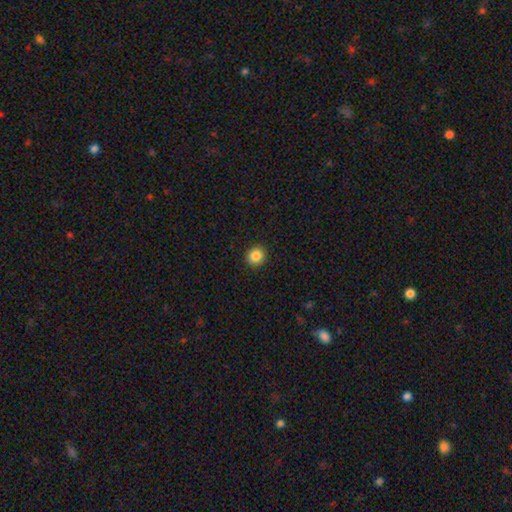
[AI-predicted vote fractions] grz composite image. It shows a smooth galaxy with no disk features (86%) that is round (88%). Merging: none (93%).